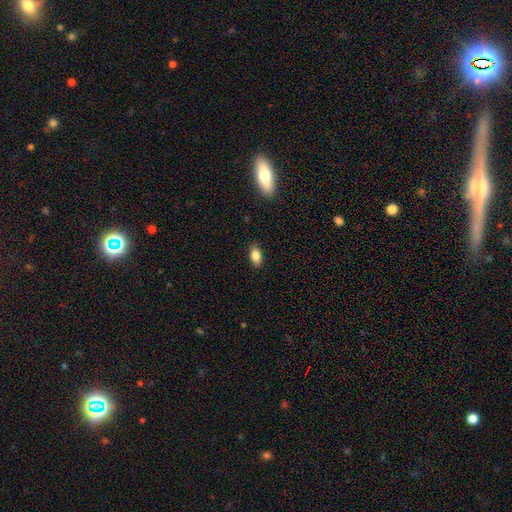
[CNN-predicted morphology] The model was most divided on "smooth or featured": smooth: 83%, featured or disk: 8%, star or artifact: 8%. More confident: how rounded — in between (88%); merging — none (88%).